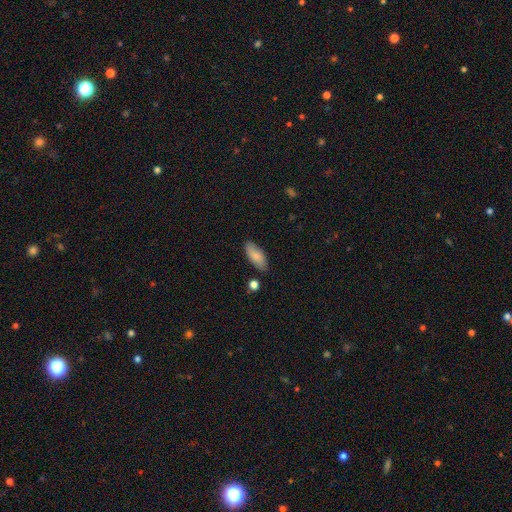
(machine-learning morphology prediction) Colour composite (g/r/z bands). It shows a smooth galaxy with no disk features (81%) that is in between round and cigar-shaped (85%). Merging: none (80%).